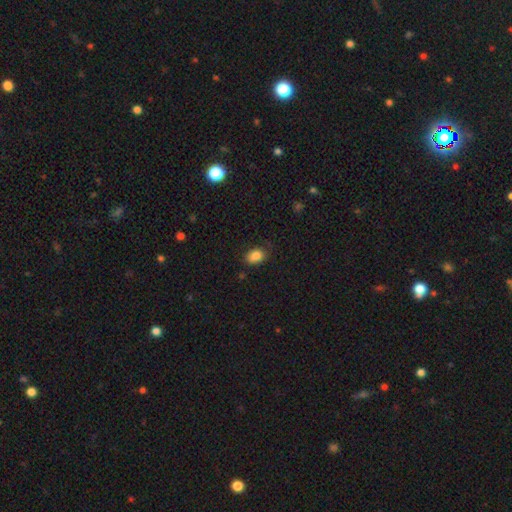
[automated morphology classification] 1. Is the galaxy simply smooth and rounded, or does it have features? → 84% smooth, 10% star or artifact, 6% featured or disk.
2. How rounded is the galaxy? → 72% in between, 26% round, 1% cigar-shaped.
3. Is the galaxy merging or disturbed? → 75% none, 20% minor disturbance, 4% major disturbance, 2% merger.